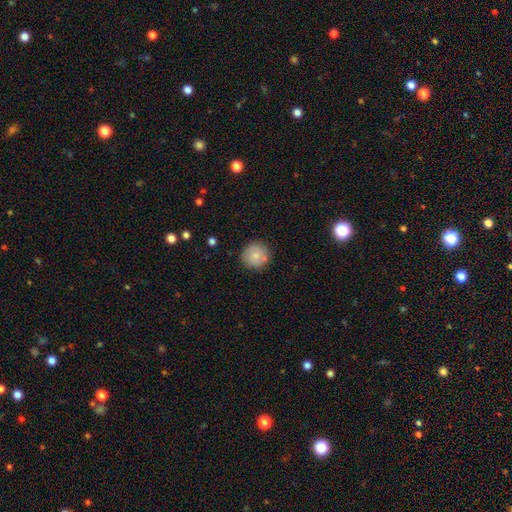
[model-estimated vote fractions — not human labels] Q: Smooth or featured?
A: smooth (79%); runner-up: featured or disk (12%)
Q: How rounded?
A: round (94%); runner-up: in between (5%)
Q: Merging?
A: none (83%); runner-up: minor disturbance (10%)